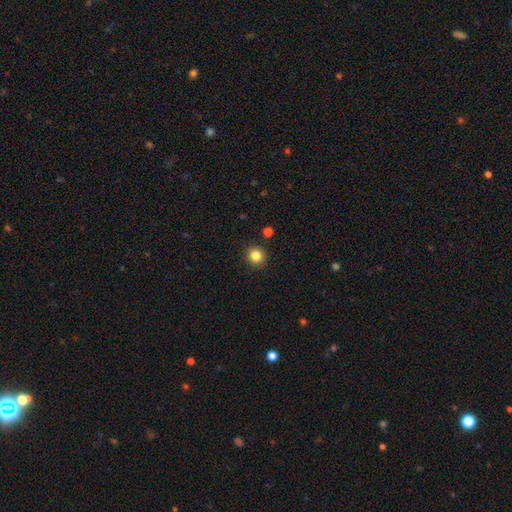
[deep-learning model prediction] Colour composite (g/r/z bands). It shows a smooth galaxy with no disk features (83%) that is round (92%). Merging: none (91%).